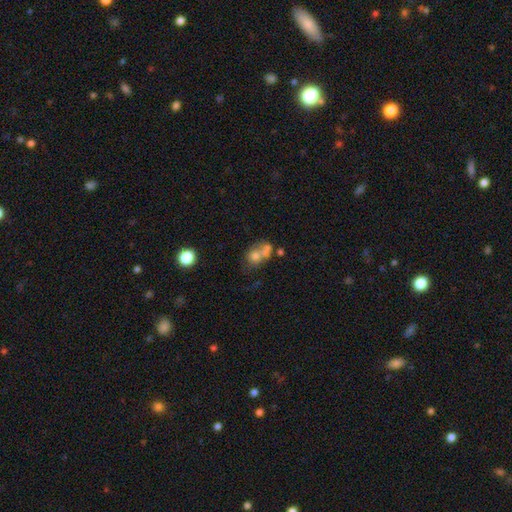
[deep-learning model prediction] Overall: smooth (61%; featured or disk 27%). How rounded: round (53%; in between 45%). Merging: merger (54%; none 24%).